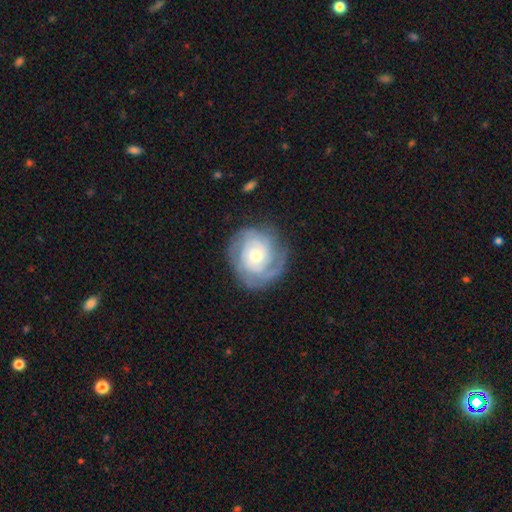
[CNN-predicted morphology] A featured or disk galaxy (84%) with no bar (74%), can't tell (27%, tied with 2) tight (70%) spiral arms (95%) and a moderate central bulge (50%). Merging: none (78%).